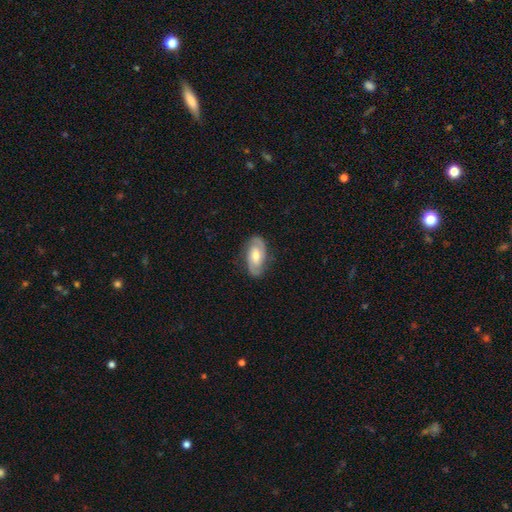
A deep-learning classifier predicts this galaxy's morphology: Smooth or featured? Predicted: featured or disk (p=0.78). Edge-on disk? Predicted: no (p=0.95). Bar? Predicted: no (p=0.49). Spiral arms? Predicted: yes (p=0.94). Spiral winding? Predicted: tight (p=0.44). Spiral arm count? Predicted: 2 (p=0.89). Bulge size? Predicted: moderate (p=0.63). Merging? Predicted: none (p=0.83).